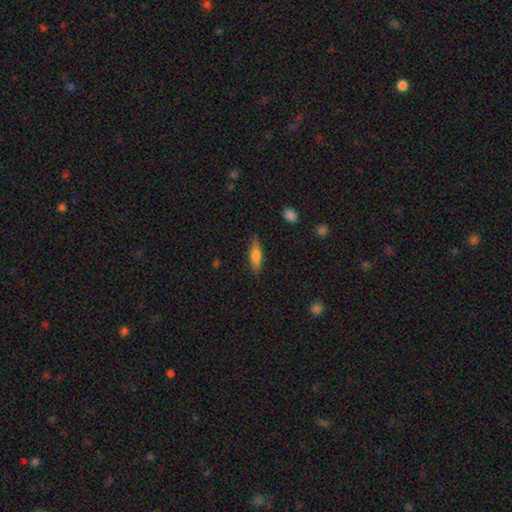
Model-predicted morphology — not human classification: The model was most divided on "how rounded": cigar-shaped: 61%, in between: 37%, round: 2%. More confident: merging — none (83%); smooth or featured — smooth (63%).